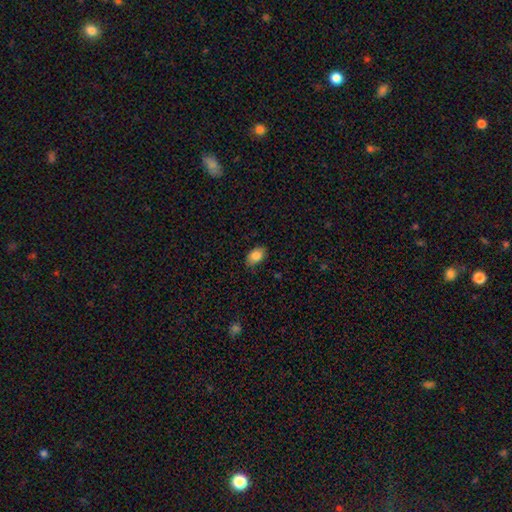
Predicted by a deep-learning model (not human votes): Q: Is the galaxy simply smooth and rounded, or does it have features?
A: smooth — 84%.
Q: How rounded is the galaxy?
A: in between — 88%.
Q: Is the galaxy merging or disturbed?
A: none — 82%.